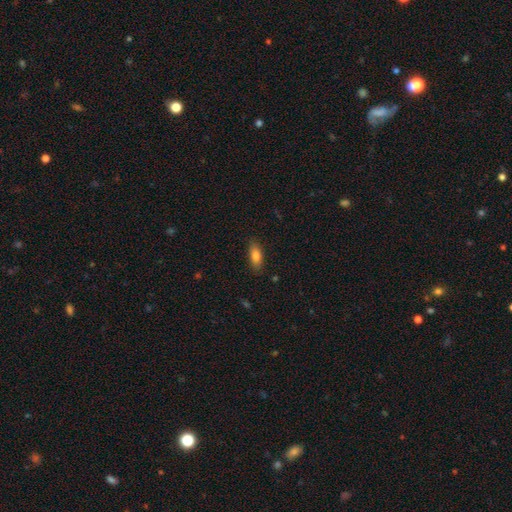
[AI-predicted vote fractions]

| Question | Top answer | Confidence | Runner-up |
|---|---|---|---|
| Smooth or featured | smooth | 83% | featured or disk (9%) |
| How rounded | in between | 75% | cigar-shaped (22%) |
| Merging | none | 85% | minor disturbance (12%) |